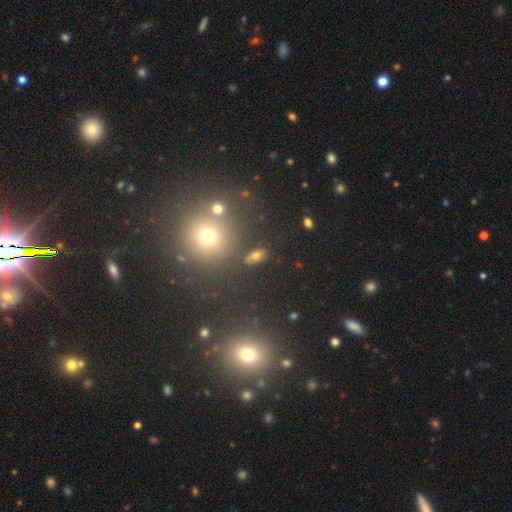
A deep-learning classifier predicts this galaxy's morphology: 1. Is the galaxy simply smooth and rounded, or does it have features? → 63% smooth, 25% star or artifact, 12% featured or disk.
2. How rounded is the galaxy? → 65% in between, 27% round, 8% cigar-shaped.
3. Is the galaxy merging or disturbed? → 83% none, 8% minor disturbance, 5% merger, 4% major disturbance.